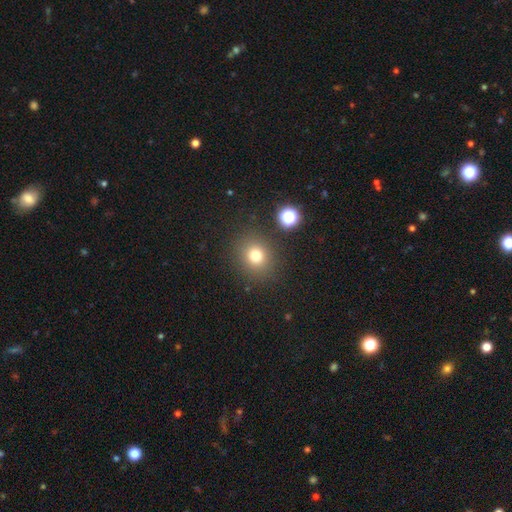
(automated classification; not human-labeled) Morphology: type=smooth (76%); roundness=round (80%); merging=none (85%).